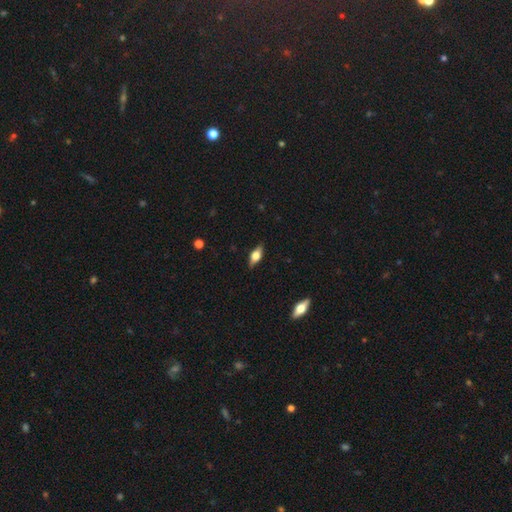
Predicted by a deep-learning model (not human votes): A smooth galaxy with no disk features (48%).

Vote fractions:
- Smooth or featured? smooth: 48% / featured or disk: 45% / star or artifact: 7%
- Merging? none: 86% / minor disturbance: 11% / major disturbance: 2% / merger: 1%